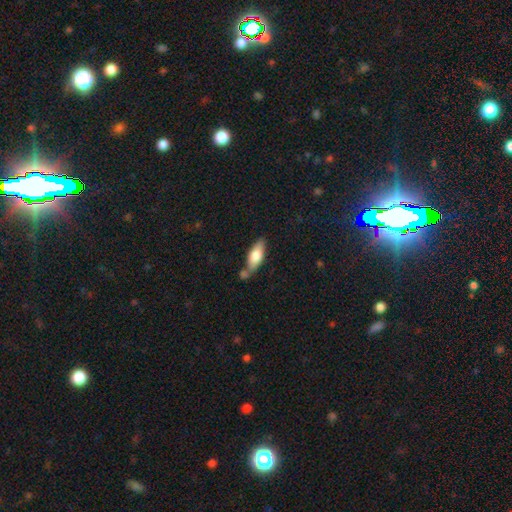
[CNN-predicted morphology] Overall: smooth (69%). How rounded: in between (71%). Merging: none (56%; merger 20%).